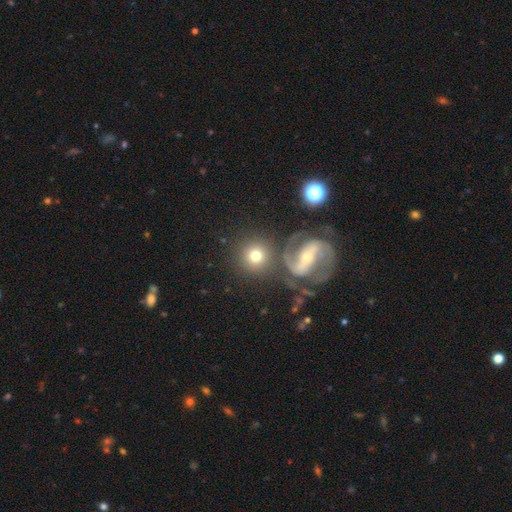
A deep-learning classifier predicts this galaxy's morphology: Smooth or featured? smooth (63%)
How rounded? round (91%)
Merging? none (69%)